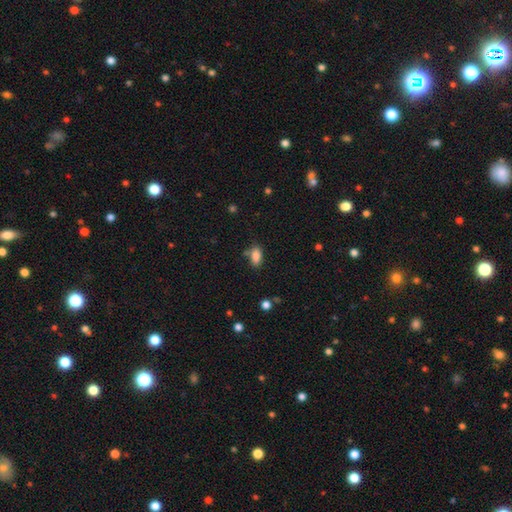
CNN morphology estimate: smooth 86%, star or artifact 9%, featured or disk 5%. Down the decision tree: how rounded — in between (89%); merging — none (69%).